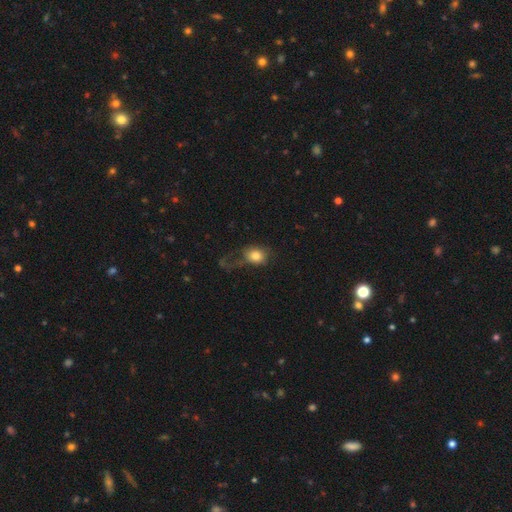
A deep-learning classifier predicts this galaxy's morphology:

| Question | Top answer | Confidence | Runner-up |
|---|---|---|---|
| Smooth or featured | smooth | 79% | featured or disk (12%) |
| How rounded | round | 53% | in between (45%) |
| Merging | major disturbance | 40% | none (36%) |